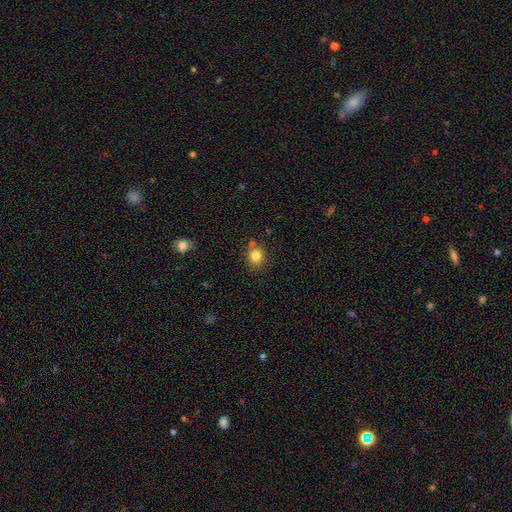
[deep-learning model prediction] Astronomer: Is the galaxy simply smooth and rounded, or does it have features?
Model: smooth — 82%.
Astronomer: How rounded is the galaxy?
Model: round — 84%.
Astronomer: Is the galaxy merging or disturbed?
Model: none — 78%.